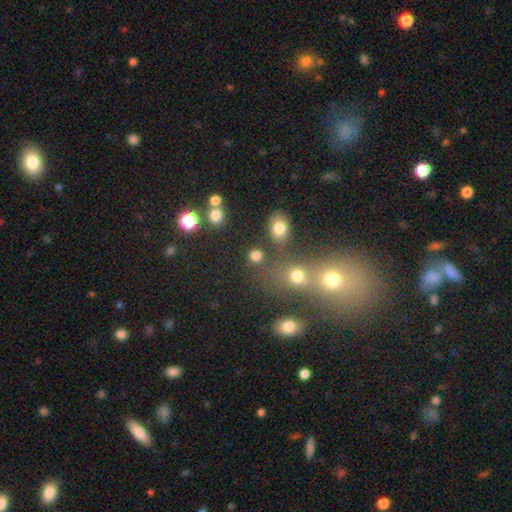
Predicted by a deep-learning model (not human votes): smooth 77%, star or artifact 17%, featured or disk 6%. Down the decision tree: how rounded — round (81%); merging — none (73%).